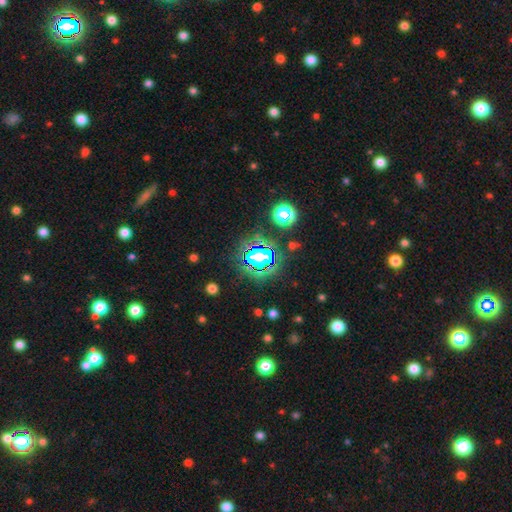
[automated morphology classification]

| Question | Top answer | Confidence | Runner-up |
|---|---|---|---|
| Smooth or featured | star or artifact | 59% | smooth (29%) |